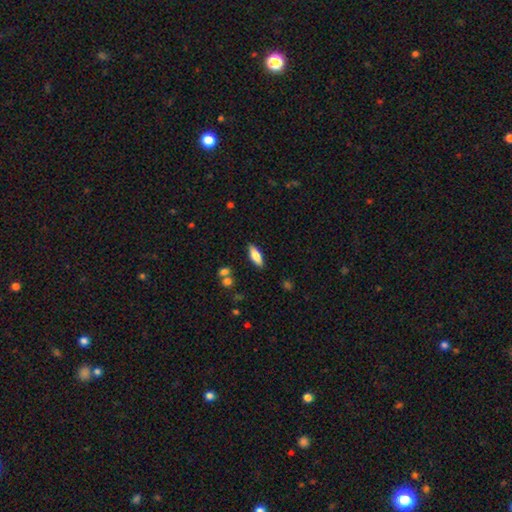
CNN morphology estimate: smooth_or_featured: smooth (p=0.68) [alt: featured or disk p=0.26]
how_rounded: in between (p=0.62) [alt: cigar-shaped p=0.36]
merging: none (p=0.86) [alt: minor disturbance p=0.10]